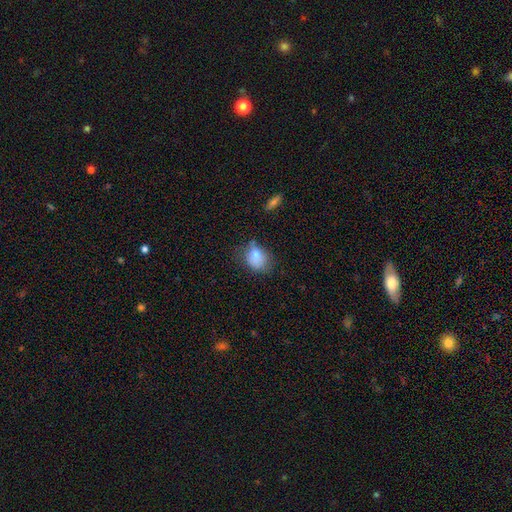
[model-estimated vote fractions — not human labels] Overall: smooth (77%). How rounded: in between (58%; round 41%). Merging: none (51%; minor disturbance 33%).